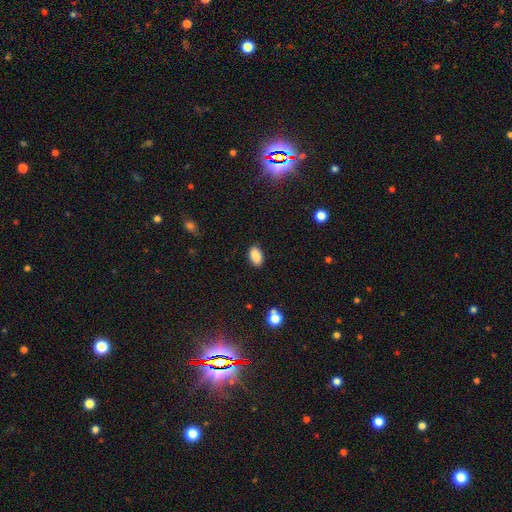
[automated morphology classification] Smooth or featured: smooth — 88% (star or artifact — 8%)
How rounded: in between — 92% (round — 7%)
Merging: none — 87% (minor disturbance — 10%)